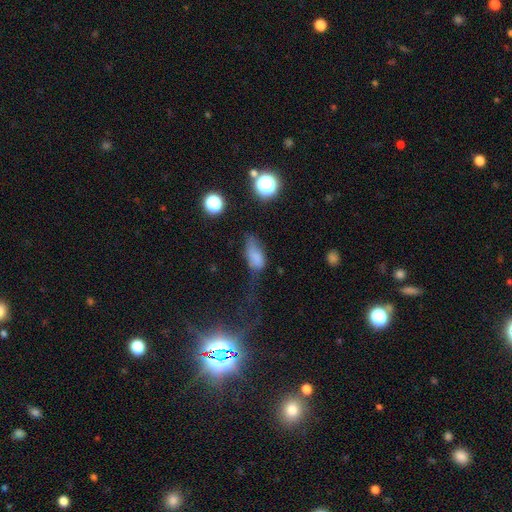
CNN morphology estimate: Q: Smooth or featured?
A: smooth (72%); runner-up: featured or disk (15%)
Q: How rounded?
A: in between (86%); runner-up: cigar-shaped (8%)
Q: Merging?
A: major disturbance (37%); runner-up: minor disturbance (32%)